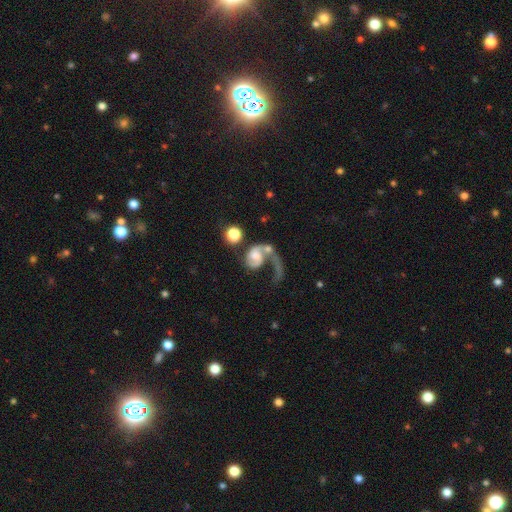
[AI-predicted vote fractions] A featured or disk galaxy (67%) with no bar (62%), 1 (69%) loose (65%) spiral arms (87%) and a moderate central bulge (35%). Merging: major disturbance (41%).